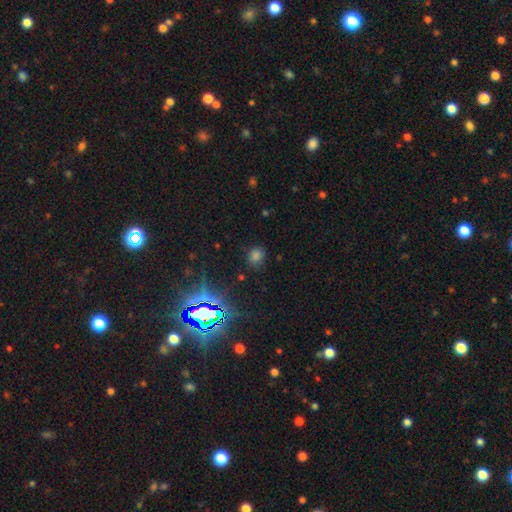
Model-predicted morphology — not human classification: Smooth or featured?
  - smooth: 55% *
  - star or artifact: 38%
  - featured or disk: 7%
How rounded?
  - round: 75% *
  - in between: 23%
  - cigar-shaped: 2%
Merging?
  - none: 86% *
  - minor disturbance: 9%
  - major disturbance: 3%
  - merger: 2%